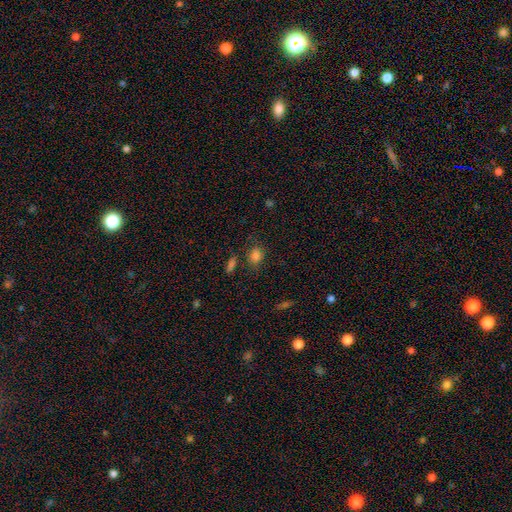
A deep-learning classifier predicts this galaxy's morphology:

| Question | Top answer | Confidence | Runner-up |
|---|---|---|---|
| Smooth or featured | smooth | 81% | star or artifact (13%) |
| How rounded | in between | 55% | round (43%) |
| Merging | none | 72% | minor disturbance (16%) |